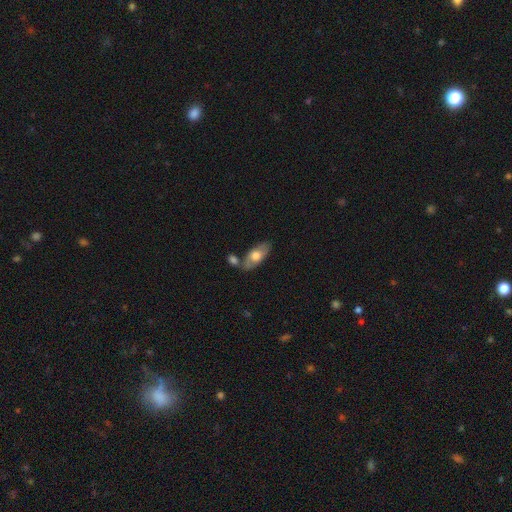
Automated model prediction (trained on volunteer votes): The model was most divided on "smooth or featured": smooth: 62%, featured or disk: 32%, star or artifact: 6%. More confident: how rounded — in between (85%); merging — none (65%).